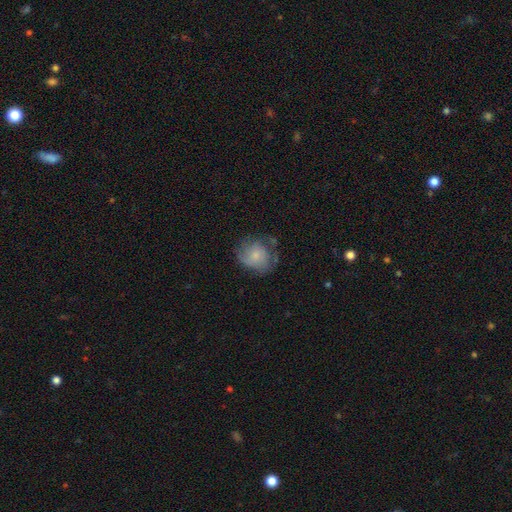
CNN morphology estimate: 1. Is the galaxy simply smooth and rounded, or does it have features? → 55% smooth, 36% featured or disk, 8% star or artifact.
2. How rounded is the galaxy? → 68% round, 31% in between, 1% cigar-shaped.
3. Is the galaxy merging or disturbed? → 48% none, 30% minor disturbance, 20% major disturbance, 2% merger.